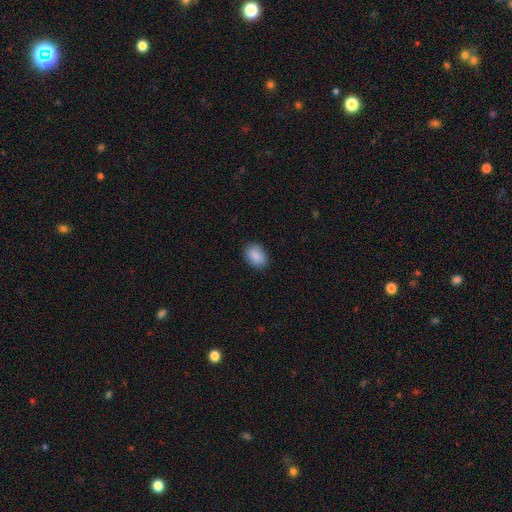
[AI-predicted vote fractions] Smooth or featured? Predicted: smooth (p=0.90). How rounded? Predicted: in between (p=0.79). Merging? Predicted: none (p=0.87).